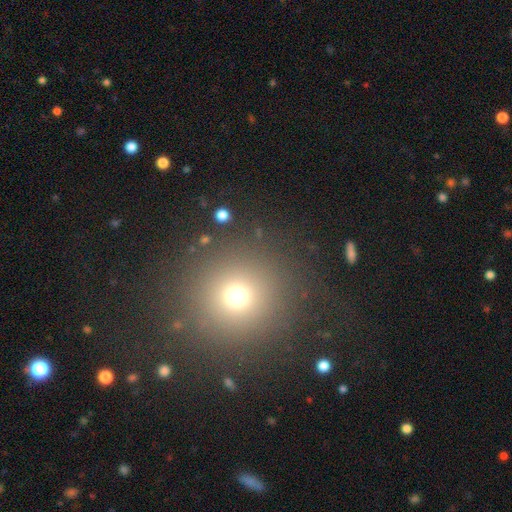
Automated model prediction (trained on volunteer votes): A smooth galaxy with no disk features (61%) that is round (93%).

Vote fractions:
- Smooth or featured? smooth: 61% / star or artifact: 31% / featured or disk: 8%
- How rounded? round: 93% / in between: 6% / cigar-shaped: 1%
- Merging? none: 89% / minor disturbance: 6% / major disturbance: 3% / merger: 2%